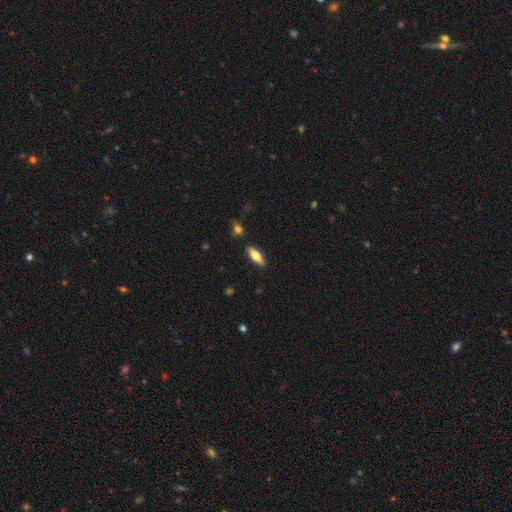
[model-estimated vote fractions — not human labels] Q: Smooth or featured?
A: smooth (65%); runner-up: featured or disk (29%)
Q: How rounded?
A: in between (63%); runner-up: cigar-shaped (34%)
Q: Merging?
A: none (87%); runner-up: minor disturbance (8%)